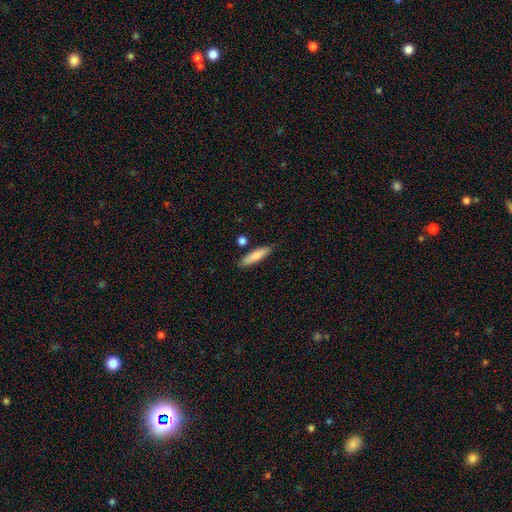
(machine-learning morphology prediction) smooth 79%, featured or disk 15%, star or artifact 6%. Down the decision tree: how rounded — cigar-shaped (73%); merging — none (81%).